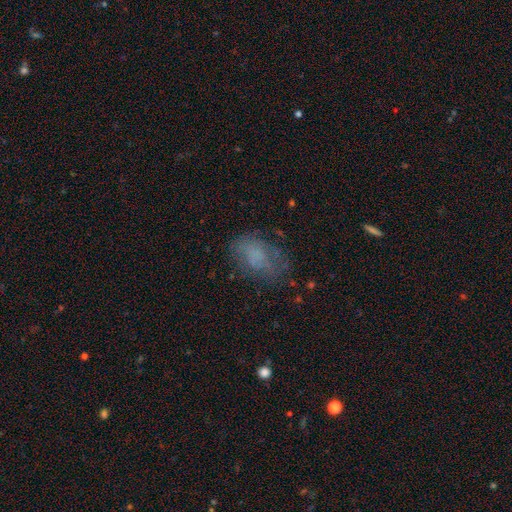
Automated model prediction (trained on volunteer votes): Smooth or featured?
  - smooth: 59% *
  - featured or disk: 28%
  - star or artifact: 14%
How rounded?
  - in between: 81% *
  - round: 17%
  - cigar-shaped: 2%
Merging?
  - none: 56% *
  - minor disturbance: 23%
  - major disturbance: 18%
  - merger: 2%